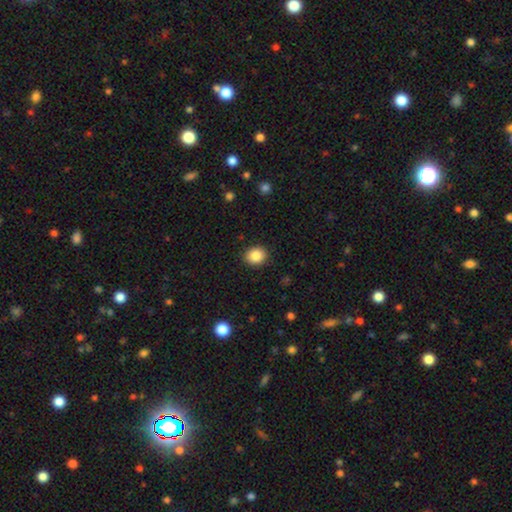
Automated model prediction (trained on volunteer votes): Morphology: type=smooth (86%); roundness=round (74%); merging=none (90%).